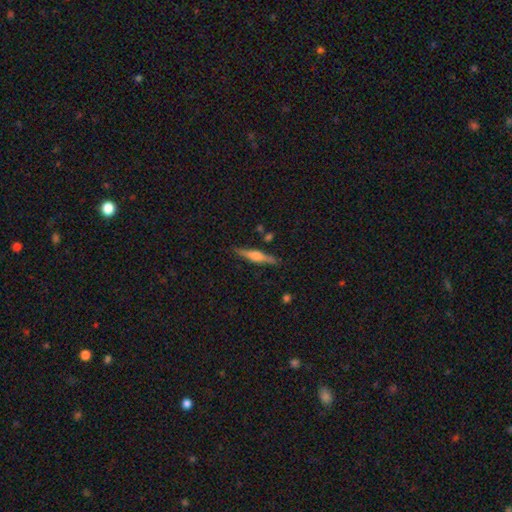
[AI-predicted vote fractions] The model was most divided on "smooth or featured": featured or disk: 64%, smooth: 29%, star or artifact: 6%. More confident: edge-on disk — yes (97%); merging — none (85%); edge-on bulge — rounded (73%).